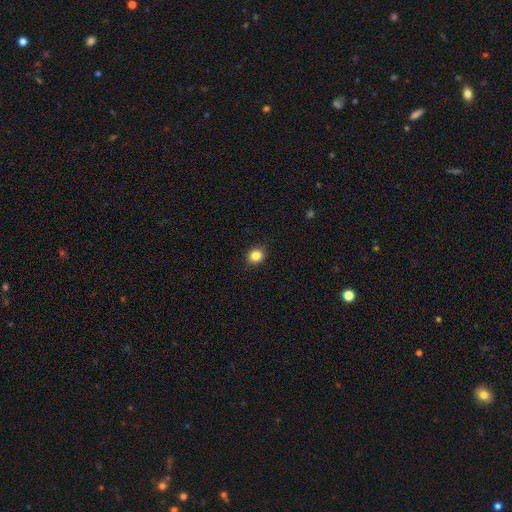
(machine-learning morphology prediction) This appears to be a smooth galaxy with no disk features (84%) that is round (70%). Merging: none (89%).